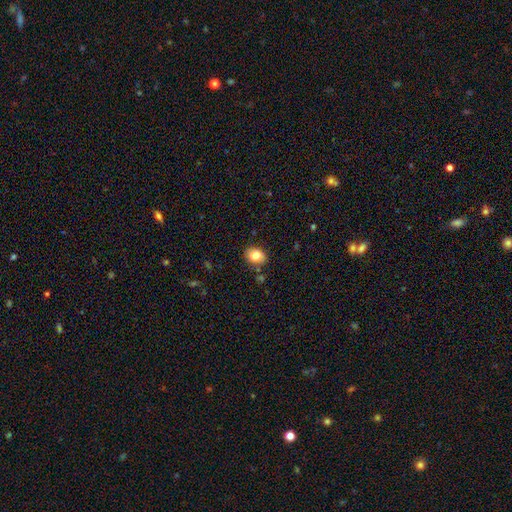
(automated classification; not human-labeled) A smooth galaxy with no disk features (82%) that is in between round and cigar-shaped (57%). Merging: none (84%).